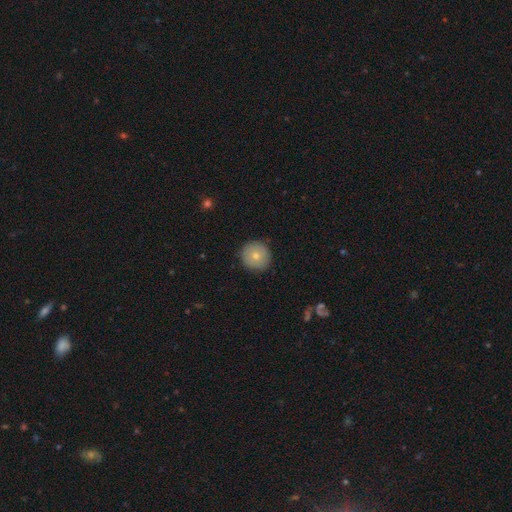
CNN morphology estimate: A smooth galaxy with no disk features (75%) that is round (95%).

Vote fractions:
- Smooth or featured? smooth: 75% / featured or disk: 17% / star or artifact: 8%
- How rounded? round: 95% / in between: 4% / cigar-shaped: 1%
- Merging? none: 90% / minor disturbance: 7% / major disturbance: 2% / merger: 1%